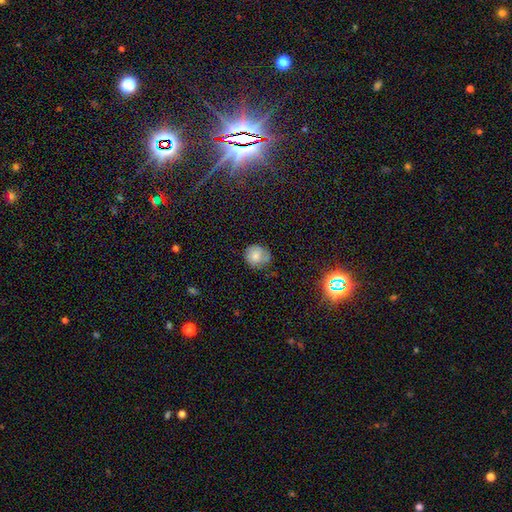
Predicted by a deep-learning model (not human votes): smooth_or_featured: smooth (p=0.70) [alt: featured or disk p=0.19]
how_rounded: round (p=0.82) [alt: in between p=0.17]
merging: none (p=0.65) [alt: minor disturbance p=0.27]